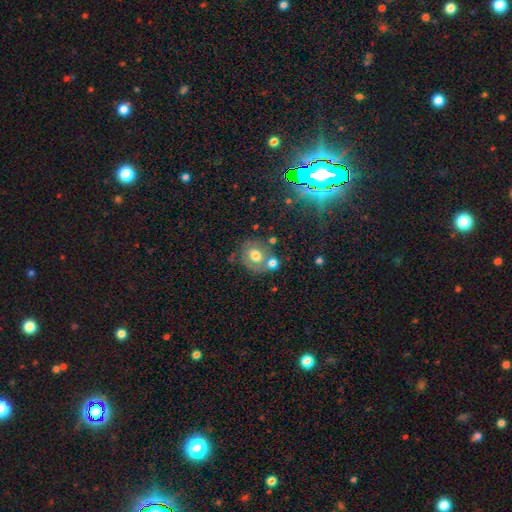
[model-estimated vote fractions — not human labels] A smooth galaxy with no disk features (60%) that is round (68%). Merging: none (51%).